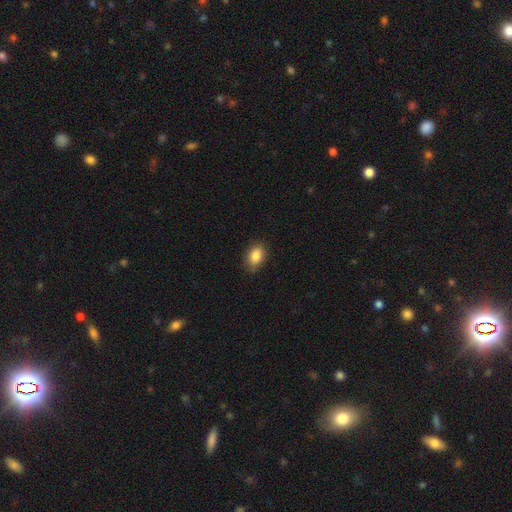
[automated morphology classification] Smooth or featured? Predicted: smooth (p=0.85). How rounded? Predicted: in between (p=0.81). Merging? Predicted: none (p=0.77).